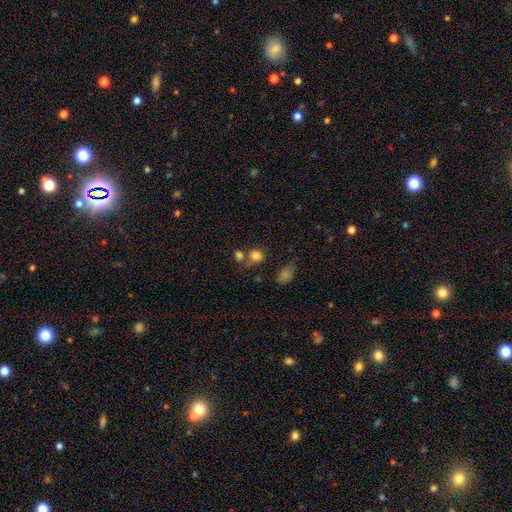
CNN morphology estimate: The model was most divided on "merging": none: 53%, merger: 30%, minor disturbance: 12%, major disturbance: 6%. More confident: smooth or featured — smooth (80%); how rounded — round (77%).